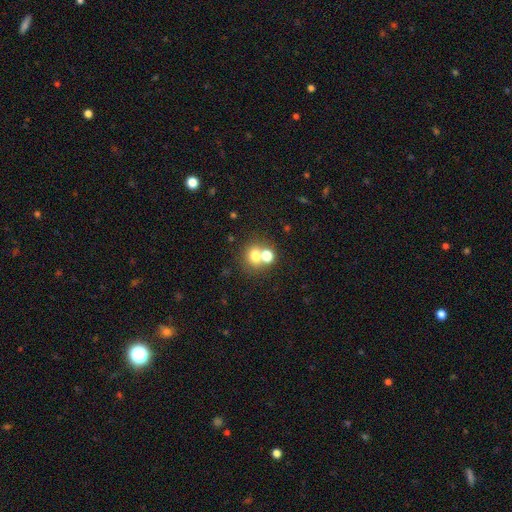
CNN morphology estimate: smooth 70%, star or artifact 16%, featured or disk 13%. Down the decision tree: how rounded — round (77%); merging — none (50%).